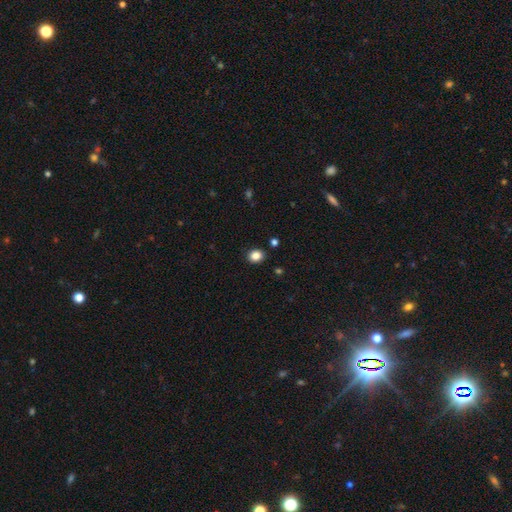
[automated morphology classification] smooth-or-featured: smooth: 85% | star or artifact: 11% | featured or disk: 4%
  how-rounded: round: 65% | in between: 34% | cigar-shaped: 1%
  merging: none: 89% | minor disturbance: 7% | major disturbance: 2% | merger: 2%